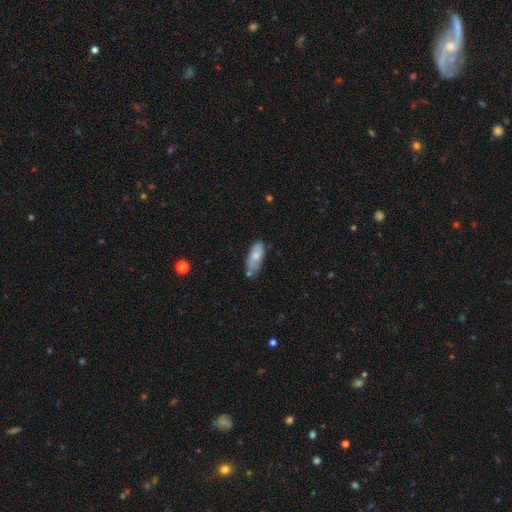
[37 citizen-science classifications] Volunteers were most divided on "merging": none: 39%, minor disturbance: 25%, merger: 22%, major disturbance: 14%. More confident: how rounded — in between (74%); smooth or featured — smooth (62%).